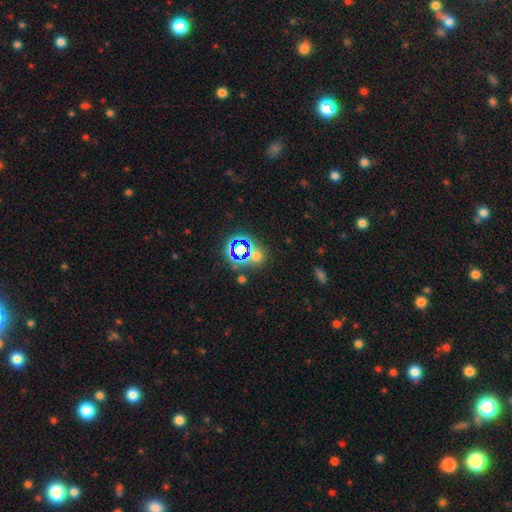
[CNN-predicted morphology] smooth_or_featured: star or artifact (p=0.53) [alt: smooth p=0.36]